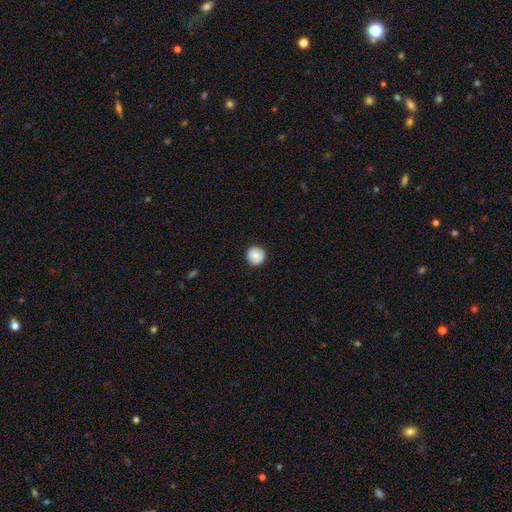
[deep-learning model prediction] Smooth or featured? smooth (84%)
How rounded? round (95%)
Merging? none (91%)